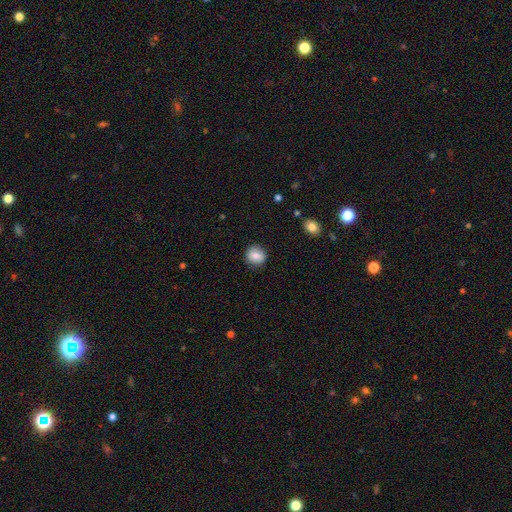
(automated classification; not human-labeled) Smooth or featured? smooth (80%)
How rounded? round (88%)
Merging? none (88%)